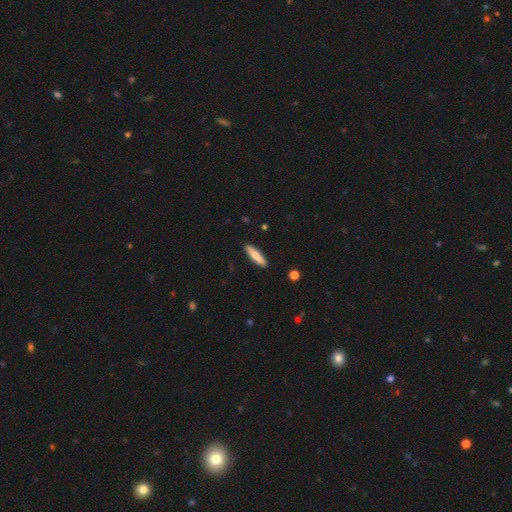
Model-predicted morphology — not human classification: The model was most divided on "how rounded": cigar-shaped: 78%, in between: 20%, round: 1%. More confident: merging — none (90%); smooth or featured — smooth (79%).